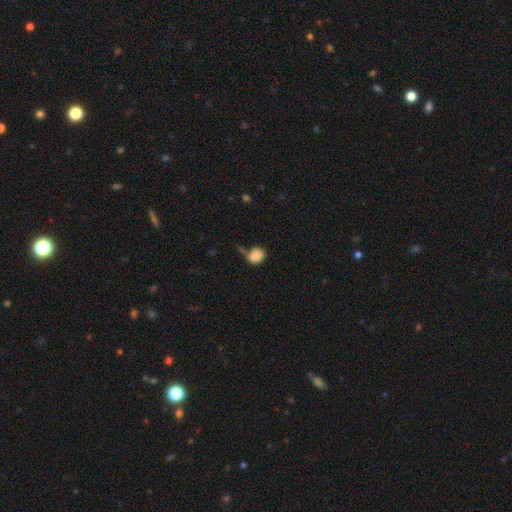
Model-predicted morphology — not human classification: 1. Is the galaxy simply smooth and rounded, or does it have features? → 87% smooth, 9% star or artifact, 5% featured or disk.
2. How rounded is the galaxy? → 52% round, 47% in between, 1% cigar-shaped.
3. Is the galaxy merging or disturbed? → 51% none, 27% minor disturbance, 12% merger, 10% major disturbance.